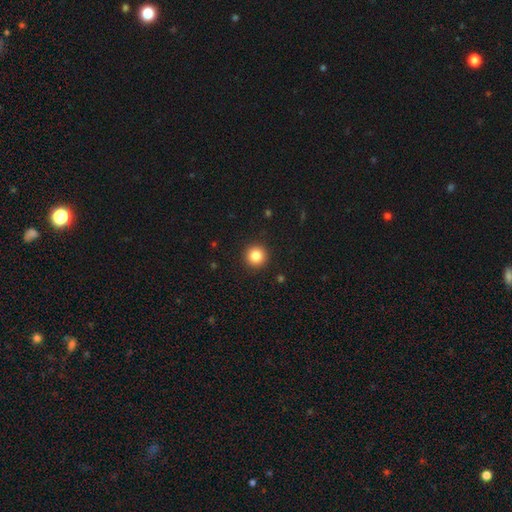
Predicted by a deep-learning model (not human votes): This is clearly a smooth galaxy (84%). How rounded: clearly round (95%). Merging: clearly none (92%).